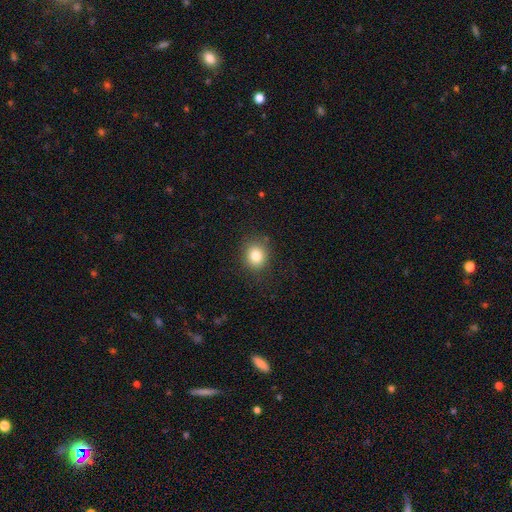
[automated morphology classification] smooth_or_featured: smooth (p=0.82) [alt: star or artifact p=0.11]
how_rounded: round (p=0.67) [alt: in between p=0.32]
merging: none (p=0.85) [alt: minor disturbance p=0.10]